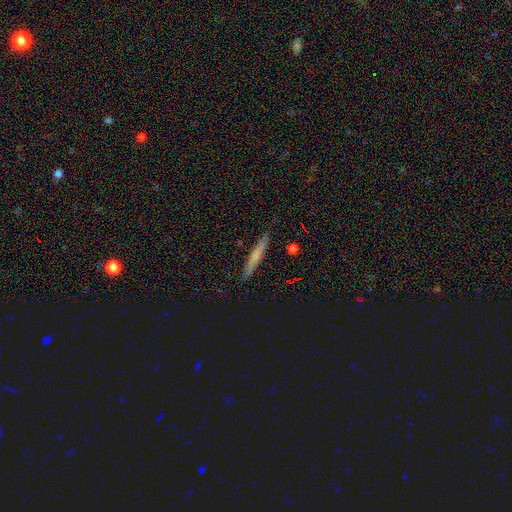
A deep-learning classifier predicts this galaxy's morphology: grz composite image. It shows a smooth galaxy with no disk features (61%) that is cigar-shaped (96%). Merging: none (89%).